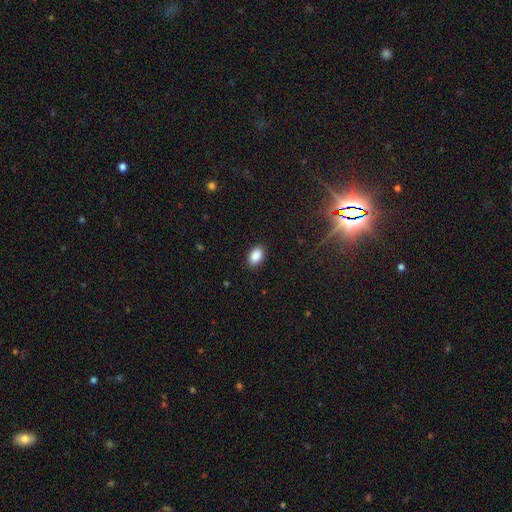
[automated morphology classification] Smooth or featured: smooth — 89% (star or artifact — 8%)
How rounded: in between — 87% (round — 12%)
Merging: none — 88% (minor disturbance — 9%)